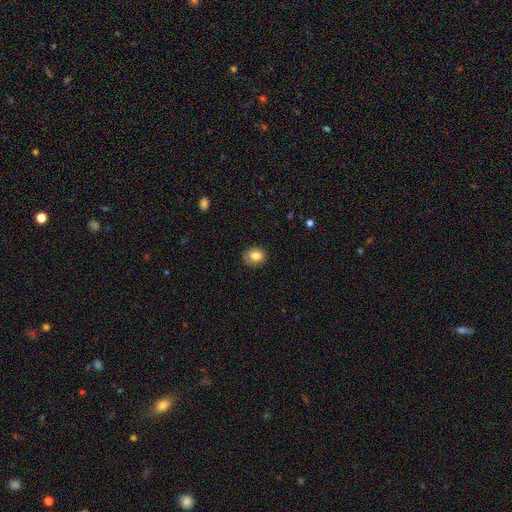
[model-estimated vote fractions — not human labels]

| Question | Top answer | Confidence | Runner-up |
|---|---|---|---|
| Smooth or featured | smooth | 82% | star or artifact (9%) |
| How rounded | in between | 57% | round (42%) |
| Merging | none | 78% | minor disturbance (16%) |